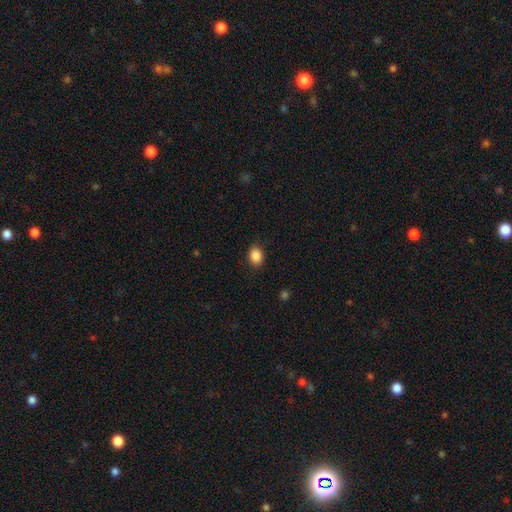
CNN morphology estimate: Smooth or featured? Predicted: smooth (p=0.88). How rounded? Predicted: in between (p=0.58). Merging? Predicted: none (p=0.86).